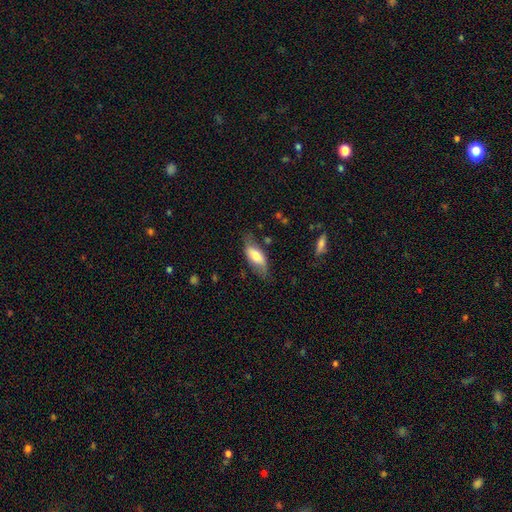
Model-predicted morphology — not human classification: Q: Smooth or featured?
A: smooth (61%); runner-up: featured or disk (33%)
Q: How rounded?
A: in between (79%); runner-up: cigar-shaped (18%)
Q: Merging?
A: none (64%); runner-up: minor disturbance (25%)